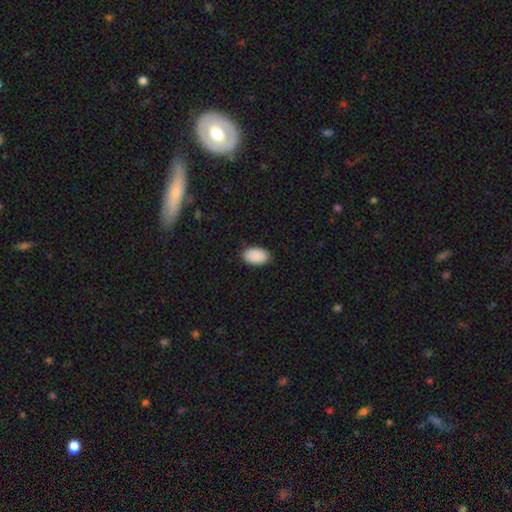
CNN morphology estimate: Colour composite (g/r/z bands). It shows a smooth galaxy with no disk features (91%) that is in between round and cigar-shaped (94%). Merging: none (89%).